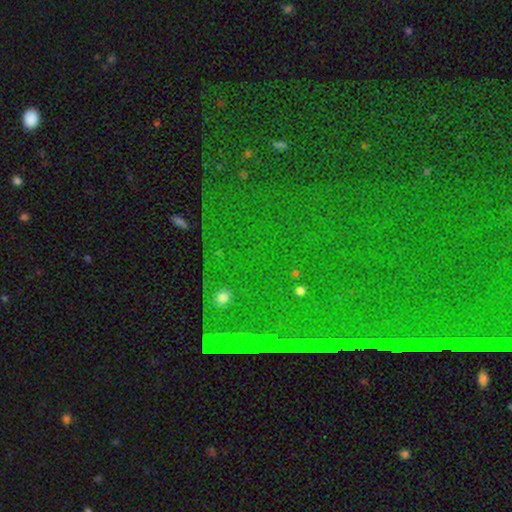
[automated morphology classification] A star or artifact, not a galaxy (83%).

Vote fractions:
- Smooth or featured? star or artifact: 83% / featured or disk: 9% / smooth: 8%